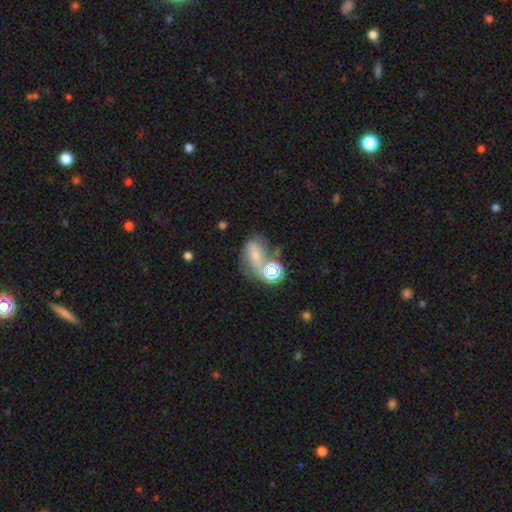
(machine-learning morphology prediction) This appears to be a smooth galaxy with no disk features (45%). Merging: none (38%).